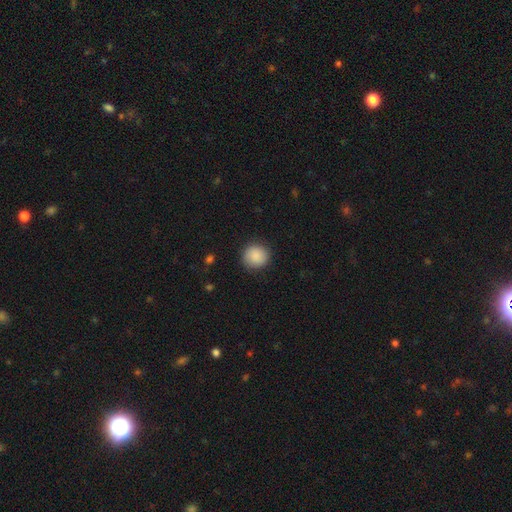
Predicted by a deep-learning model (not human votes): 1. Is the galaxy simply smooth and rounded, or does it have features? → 88% smooth, 7% star or artifact, 5% featured or disk.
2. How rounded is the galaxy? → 92% round, 7% in between, 1% cigar-shaped.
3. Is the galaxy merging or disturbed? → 88% none, 9% minor disturbance, 3% major disturbance, 1% merger.